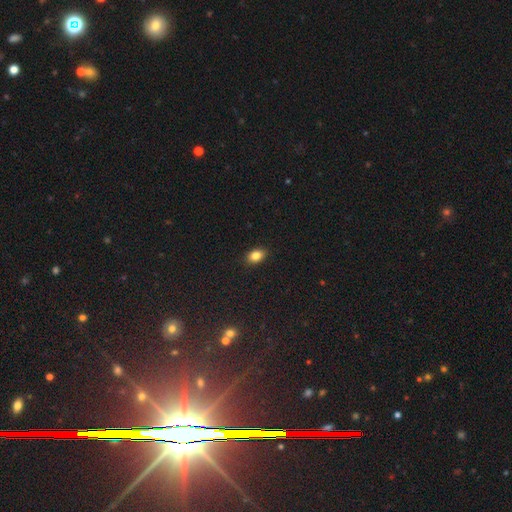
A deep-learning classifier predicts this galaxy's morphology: Smooth or featured? Predicted: smooth (p=0.84). How rounded? Predicted: in between (p=0.80). Merging? Predicted: none (p=0.89).